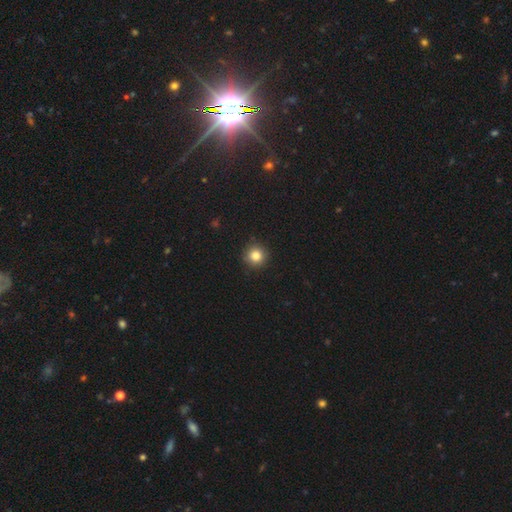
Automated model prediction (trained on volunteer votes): Morphology: type=smooth (84%); roundness=round (95%); merging=none (91%).